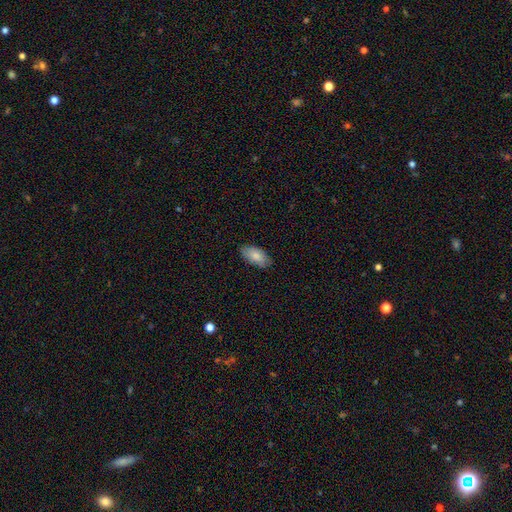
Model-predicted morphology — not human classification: A smooth galaxy with no disk features (83%) that is in between round and cigar-shaped (94%). Merging: none (82%).